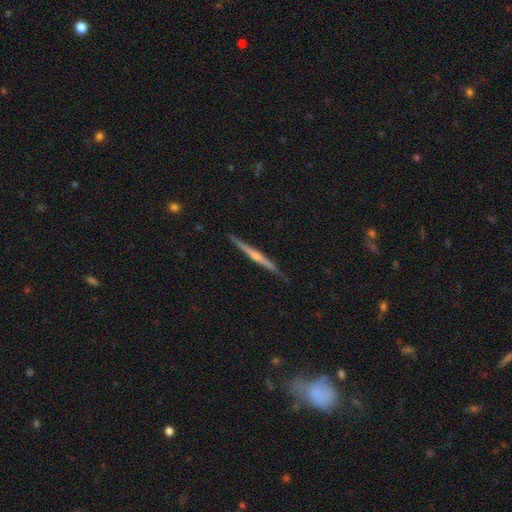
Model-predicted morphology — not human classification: Q: Smooth or featured?
A: featured or disk (75%); runner-up: smooth (17%)
Q: Edge-on disk?
A: yes (98%); runner-up: no (2%)
Q: Edge-on bulge?
A: rounded (71%); runner-up: none (21%)
Q: Merging?
A: none (88%); runner-up: minor disturbance (8%)